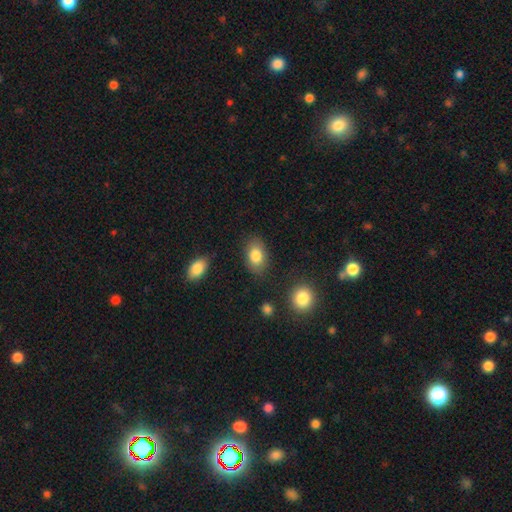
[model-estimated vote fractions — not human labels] A smooth galaxy with no disk features (83%) that is in between round and cigar-shaped (88%).

Vote fractions:
- Smooth or featured? smooth: 83% / featured or disk: 10% / star or artifact: 7%
- How rounded? in between: 88% / round: 11% / cigar-shaped: 2%
- Merging? none: 81% / minor disturbance: 13% / major disturbance: 3% / merger: 3%